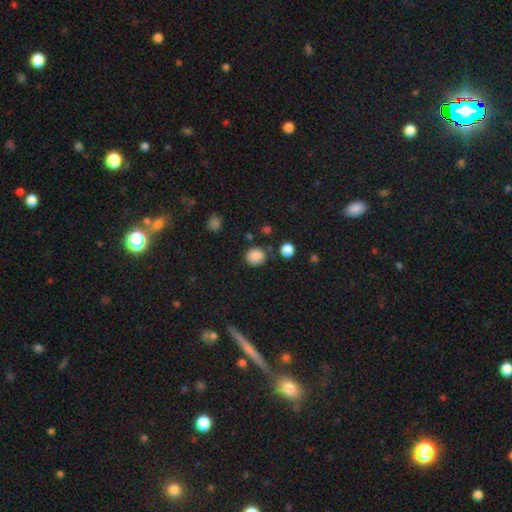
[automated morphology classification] Smooth or featured: smooth — 86% (star or artifact — 11%)
How rounded: round — 86% (in between — 13%)
Merging: none — 81% (minor disturbance — 12%)